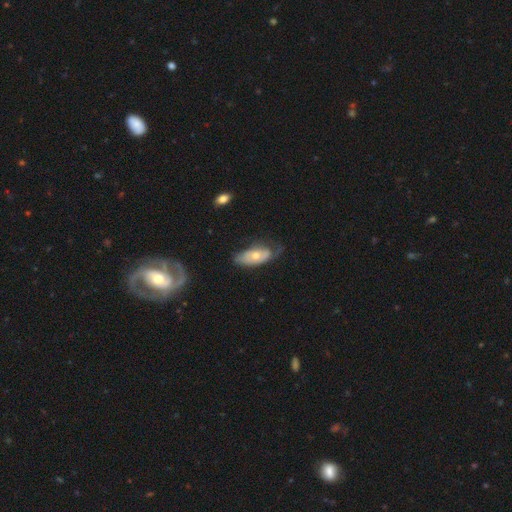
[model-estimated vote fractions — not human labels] Smooth or featured?
  - featured or disk: 53% *
  - smooth: 41%
  - star or artifact: 6%
Edge-on disk?
  - no: 85% *
  - yes: 15%
Merging?
  - none: 47% *
  - minor disturbance: 32%
  - major disturbance: 19%
  - merger: 2%